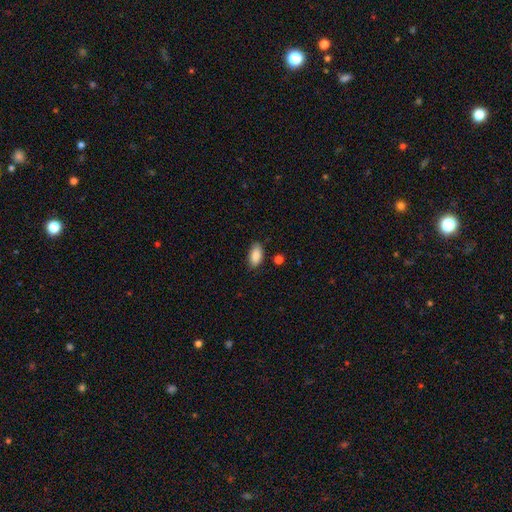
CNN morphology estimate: Smooth or featured? Predicted: smooth (p=0.88). How rounded? Predicted: in between (p=0.92). Merging? Predicted: none (p=0.80).